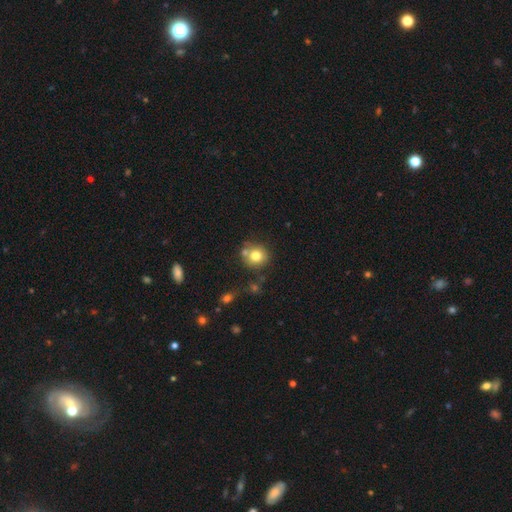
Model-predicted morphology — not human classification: smooth-or-featured: smooth: 77% | featured or disk: 12% | star or artifact: 11%
  how-rounded: round: 87% | in between: 12% | cigar-shaped: 1%
  merging: none: 64% | merger: 19% | minor disturbance: 13% | major disturbance: 4%